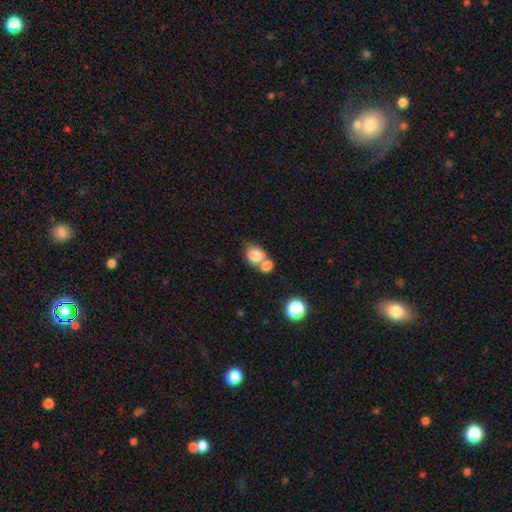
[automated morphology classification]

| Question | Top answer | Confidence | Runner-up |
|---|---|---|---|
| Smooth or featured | smooth | 78% | featured or disk (13%) |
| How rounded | in between | 67% | round (32%) |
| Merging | merger | 61% | none (22%) |